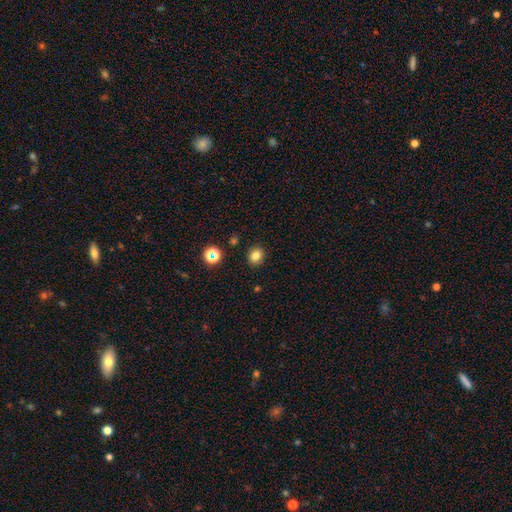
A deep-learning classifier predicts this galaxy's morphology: Smooth or featured? Predicted: smooth (p=0.79). How rounded? Predicted: round (p=0.71). Merging? Predicted: none (p=0.89).